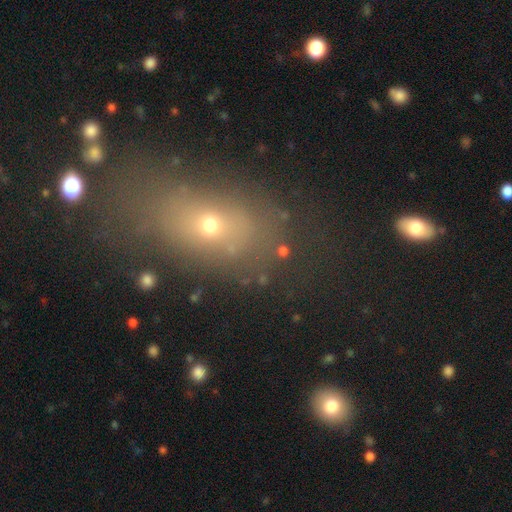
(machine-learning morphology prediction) smooth-or-featured: smooth: 57% | star or artifact: 23% | featured or disk: 20%
  how-rounded: in between: 68% | round: 26% | cigar-shaped: 6%
  merging: none: 64% | minor disturbance: 17% | major disturbance: 13% | merger: 6%